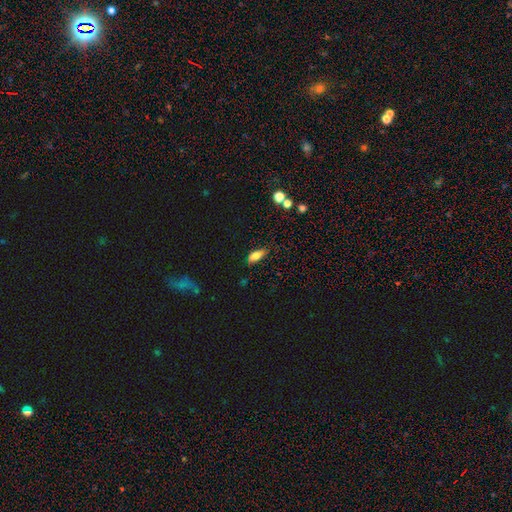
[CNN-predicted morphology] Smooth or featured: smooth — 75% (featured or disk — 17%)
How rounded: in between — 77% (cigar-shaped — 20%)
Merging: none — 76% (minor disturbance — 18%)